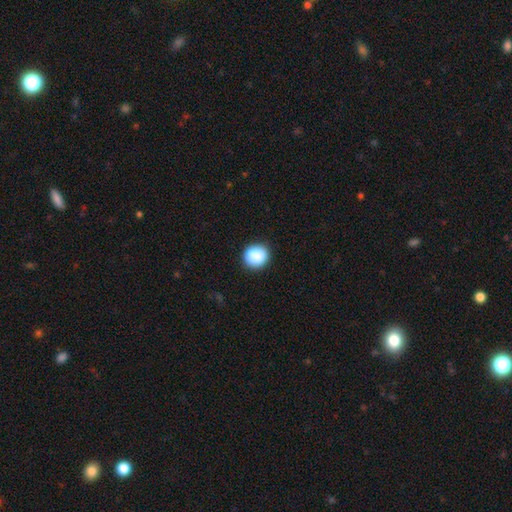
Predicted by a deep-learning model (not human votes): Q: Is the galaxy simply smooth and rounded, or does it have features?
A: smooth — 89%.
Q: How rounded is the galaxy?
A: round — 87%.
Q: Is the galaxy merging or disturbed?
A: none — 90%.